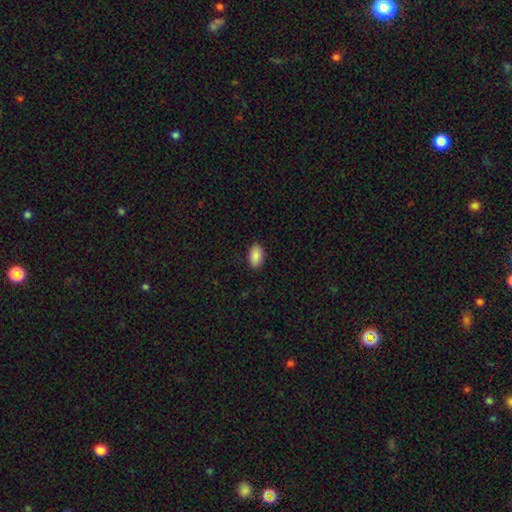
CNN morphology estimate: This appears to be a smooth galaxy with no disk features (88%) that is in between round and cigar-shaped (93%). Merging: none (89%).